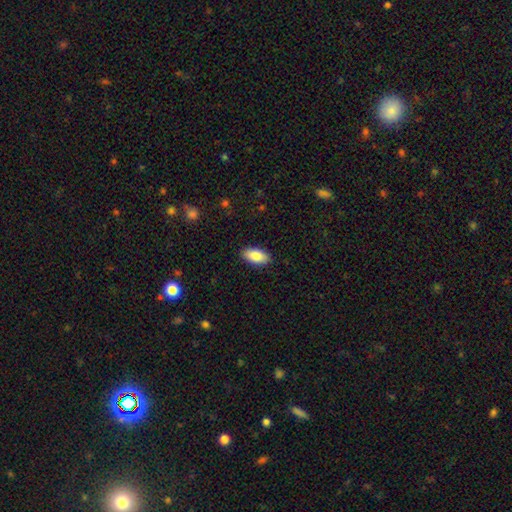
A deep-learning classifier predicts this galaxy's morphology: Smooth or featured?
  - smooth: 87% *
  - star or artifact: 6%
  - featured or disk: 6%
How rounded?
  - in between: 92% *
  - cigar-shaped: 5%
  - round: 2%
Merging?
  - none: 88% *
  - minor disturbance: 8%
  - major disturbance: 2%
  - merger: 1%